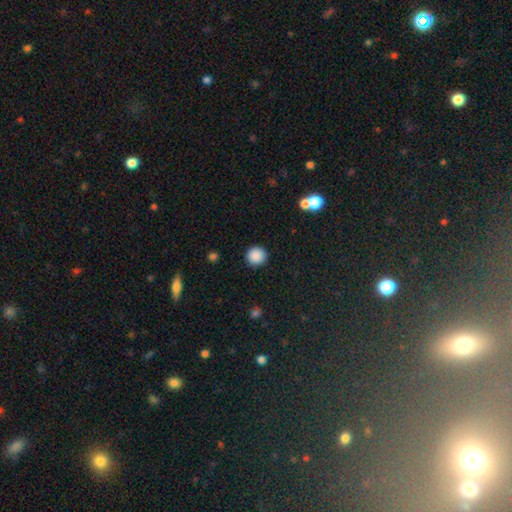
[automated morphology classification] smooth 88%, star or artifact 9%, featured or disk 3%. Down the decision tree: how rounded — round (94%); merging — none (91%).